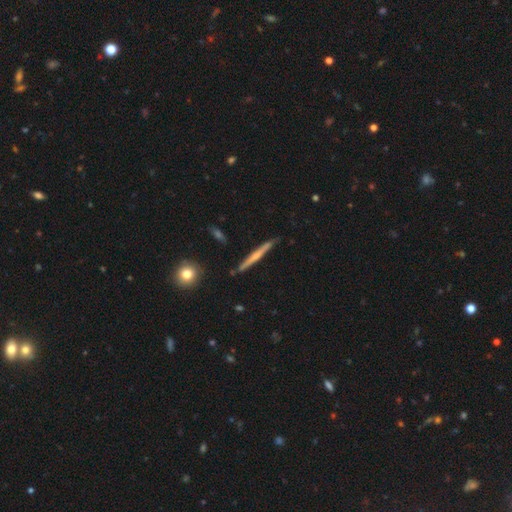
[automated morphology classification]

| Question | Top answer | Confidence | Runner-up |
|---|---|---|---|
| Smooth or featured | featured or disk | 60% | smooth (34%) |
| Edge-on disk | yes | 97% | no (3%) |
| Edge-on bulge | rounded | 49% | none (44%) |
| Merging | none | 86% | minor disturbance (10%) |